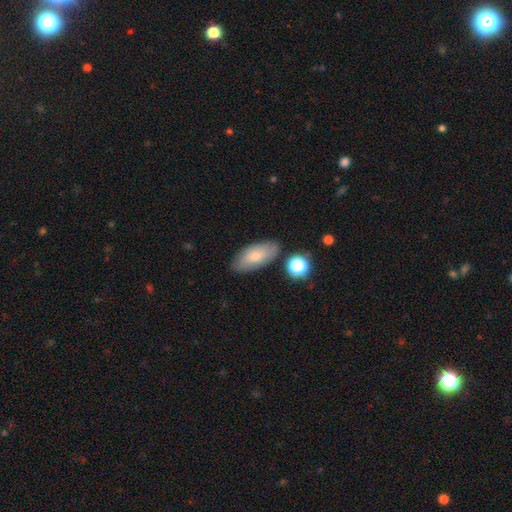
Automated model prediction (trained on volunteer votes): smooth-or-featured: smooth: 76% | featured or disk: 17% | star or artifact: 7%
  how-rounded: in between: 87% | cigar-shaped: 10% | round: 3%
  merging: none: 80% | minor disturbance: 14% | merger: 4% | major disturbance: 3%